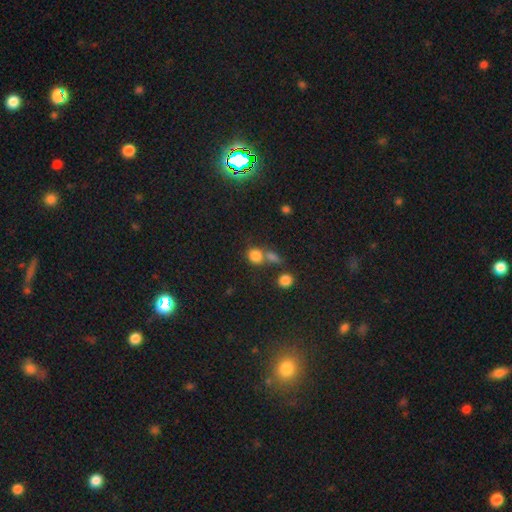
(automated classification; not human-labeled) Morphology: type=smooth (79%); roundness=round (76%); merging=none (48%).